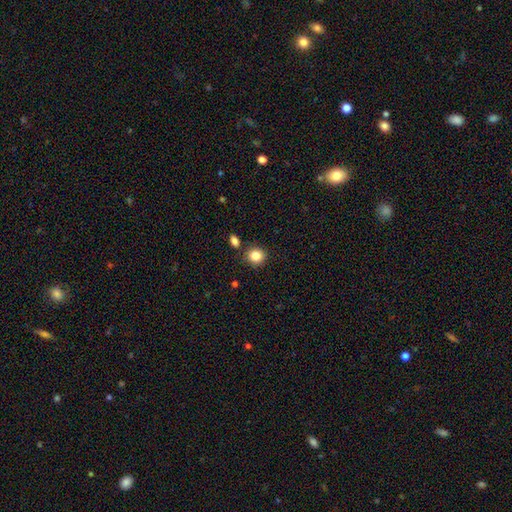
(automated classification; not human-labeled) This appears to be a smooth galaxy with no disk features (86%) that is round (83%). Merging: none (84%).